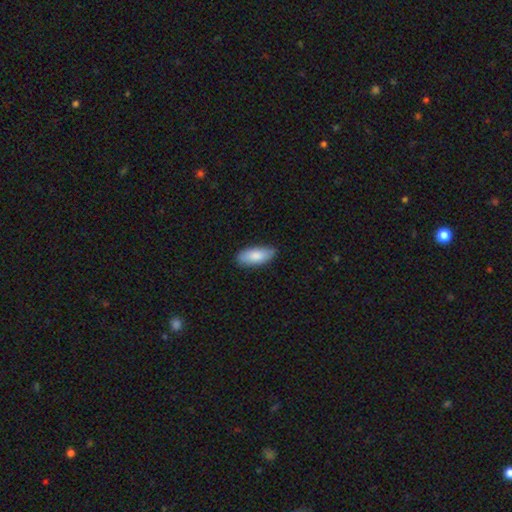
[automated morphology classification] A smooth galaxy with no disk features (85%) that is in between round and cigar-shaped (84%). Merging: none (82%).